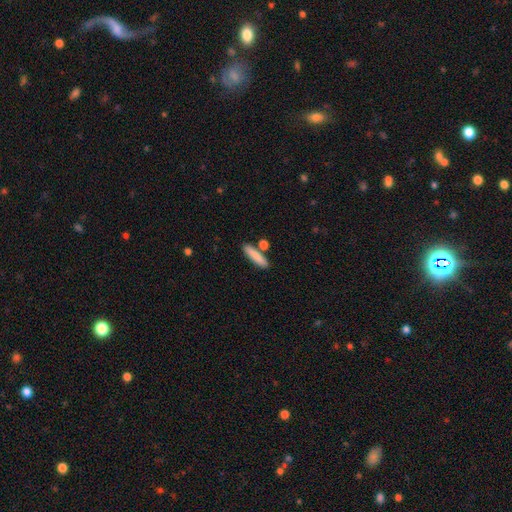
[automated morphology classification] Overall: smooth (85%). How rounded: cigar-shaped (76%). Merging: none (80%).